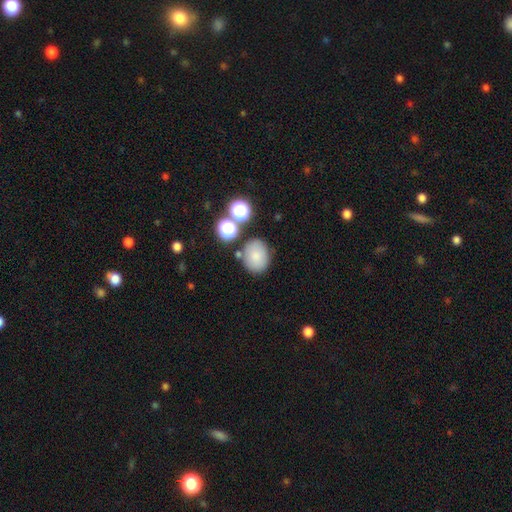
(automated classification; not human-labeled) smooth 79%, star or artifact 12%, featured or disk 9%. Down the decision tree: how rounded — round (55%); merging — none (73%).